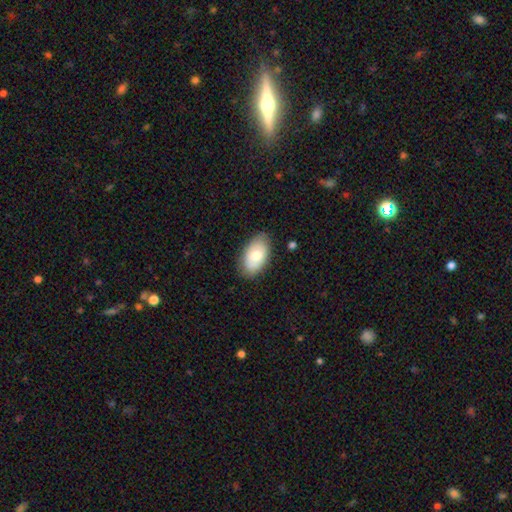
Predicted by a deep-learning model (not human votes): This is likely a smooth galaxy (71%). How rounded: clearly in between (94%). Merging: clearly none (81%).